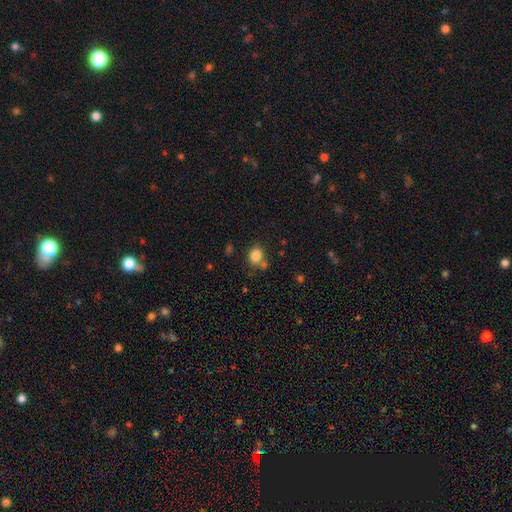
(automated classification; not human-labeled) This is clearly a smooth galaxy (83%). How rounded: possibly round (60%). Merging: likely none (66%).